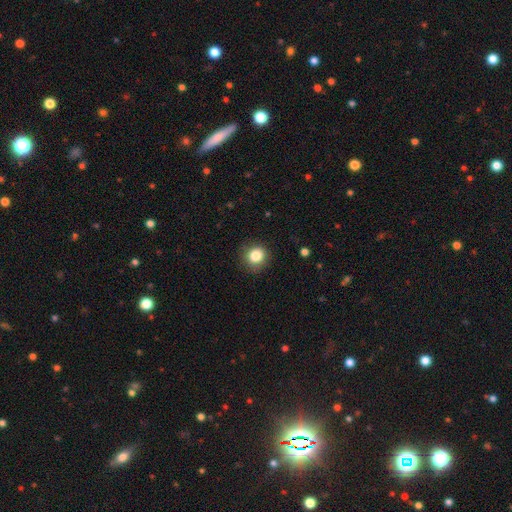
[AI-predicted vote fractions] Q: Smooth or featured?
A: smooth (84%); runner-up: star or artifact (10%)
Q: How rounded?
A: round (86%); runner-up: in between (13%)
Q: Merging?
A: none (85%); runner-up: minor disturbance (11%)